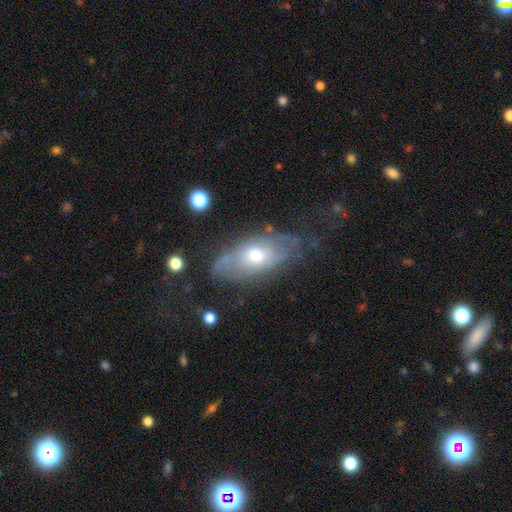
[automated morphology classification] Smooth or featured? featured or disk (54%)
Edge-on disk? no (83%)
Merging? none (58%)